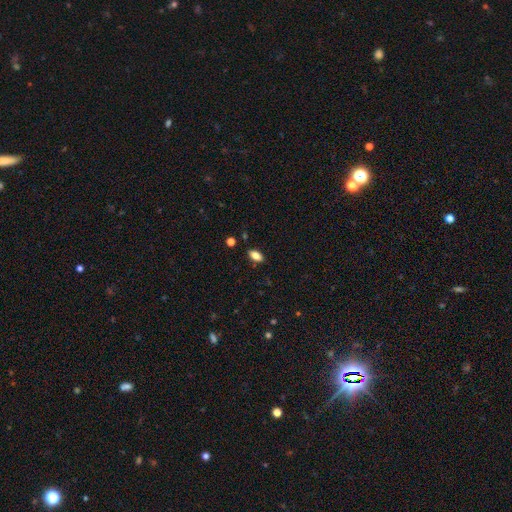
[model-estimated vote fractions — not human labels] Smooth or featured? smooth (80%)
How rounded? in between (89%)
Merging? none (86%)